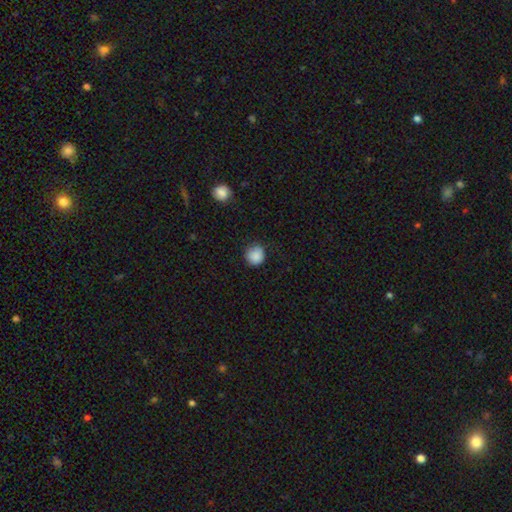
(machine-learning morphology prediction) Q: Smooth or featured?
A: smooth (86%); runner-up: star or artifact (9%)
Q: How rounded?
A: round (87%); runner-up: in between (12%)
Q: Merging?
A: none (72%); runner-up: minor disturbance (22%)